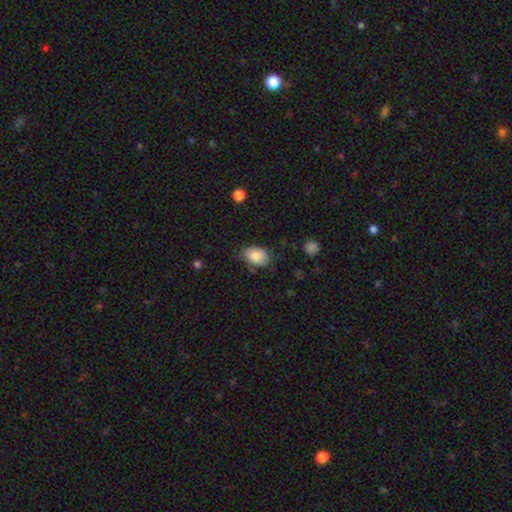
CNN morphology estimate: Overall: smooth (81%). How rounded: in between (82%). Merging: none (70%).